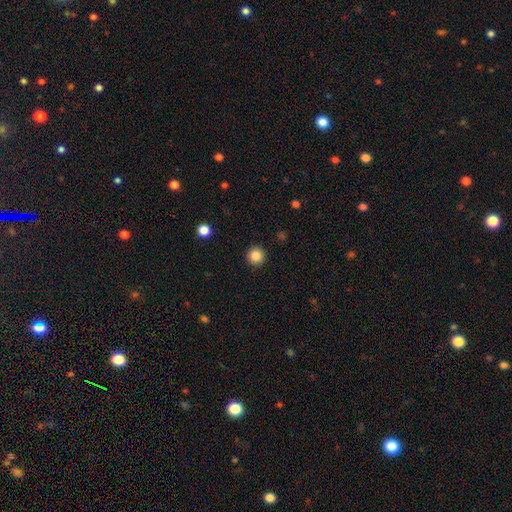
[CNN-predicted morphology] A smooth galaxy with no disk features (85%) that is round (95%).

Vote fractions:
- Smooth or featured? smooth: 85% / star or artifact: 11% / featured or disk: 4%
- How rounded? round: 95% / in between: 4% / cigar-shaped: 1%
- Merging? none: 92% / minor disturbance: 5% / major disturbance: 2% / merger: 1%